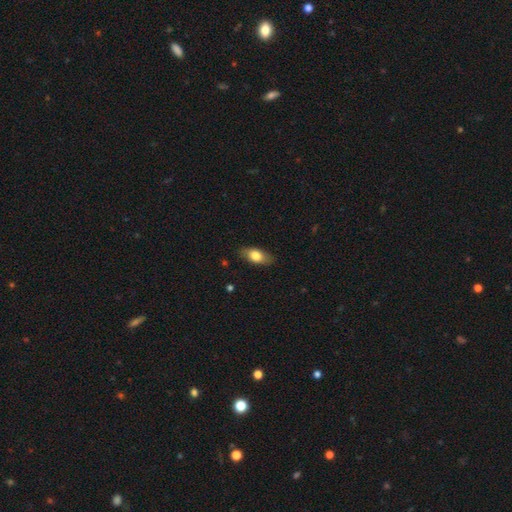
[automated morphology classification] smooth-or-featured: smooth: 76% | featured or disk: 17% | star or artifact: 7%
  how-rounded: in between: 86% | cigar-shaped: 8% | round: 6%
  merging: none: 83% | minor disturbance: 13% | major disturbance: 3% | merger: 1%